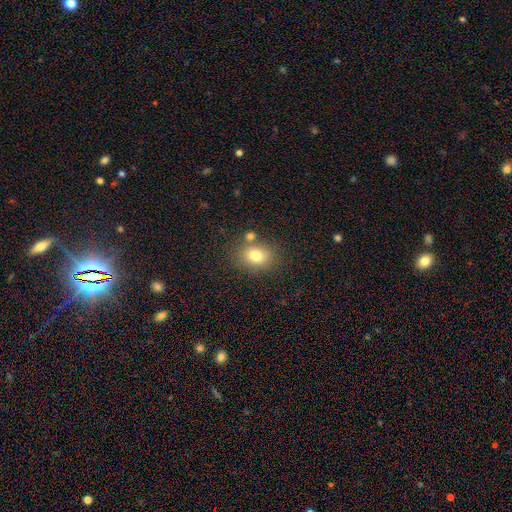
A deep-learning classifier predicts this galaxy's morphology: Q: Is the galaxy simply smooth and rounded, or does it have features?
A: smooth — 77%.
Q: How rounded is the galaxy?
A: in between — 55%.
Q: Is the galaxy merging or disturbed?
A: none — 68%.